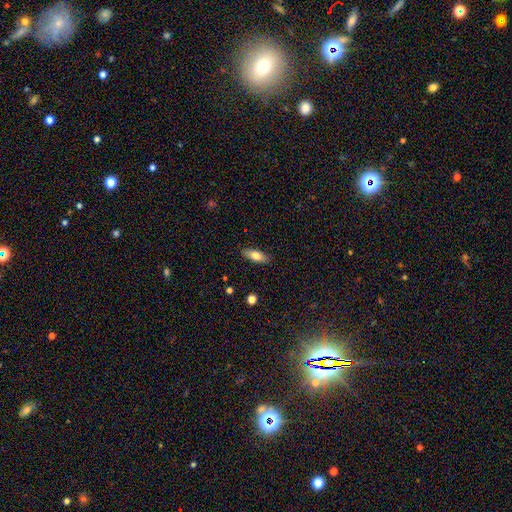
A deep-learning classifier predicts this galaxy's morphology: This appears to be a smooth galaxy with no disk features (74%) that is in between round and cigar-shaped (72%). Merging: none (87%).